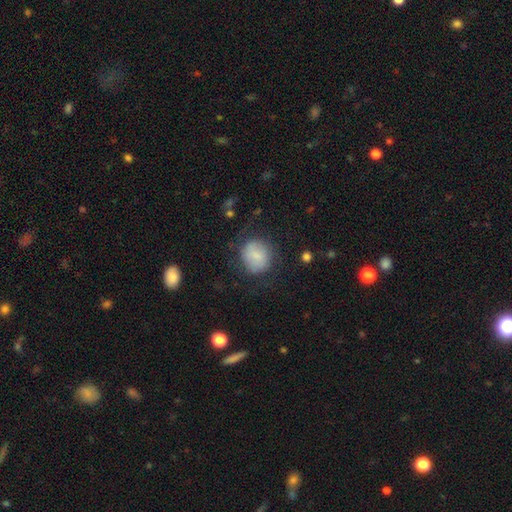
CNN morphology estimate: Smooth or featured? Predicted: smooth (p=0.74). How rounded? Predicted: round (p=0.83). Merging? Predicted: none (p=0.68).